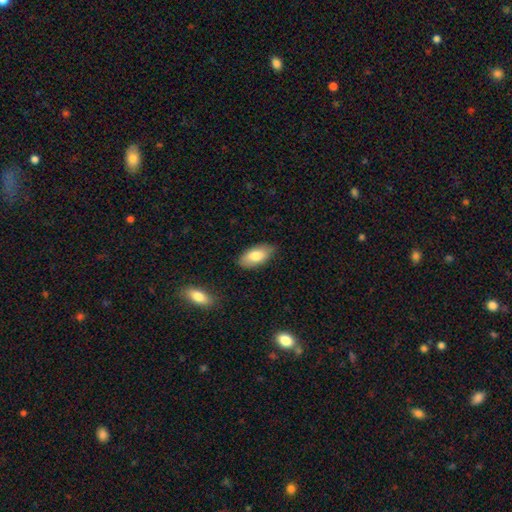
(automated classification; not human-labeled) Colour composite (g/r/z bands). It shows a smooth galaxy with no disk features (79%) that is in between round and cigar-shaped (91%). Merging: none (83%).